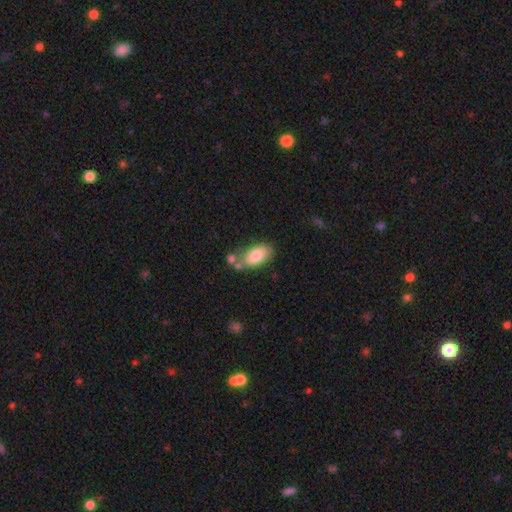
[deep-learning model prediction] A smooth galaxy with no disk features (77%) that is in between round and cigar-shaped (92%).

Vote fractions:
- Smooth or featured? smooth: 77% / featured or disk: 16% / star or artifact: 7%
- How rounded? in between: 92% / round: 4% / cigar-shaped: 4%
- Merging? none: 61% / minor disturbance: 18% / merger: 16% / major disturbance: 5%